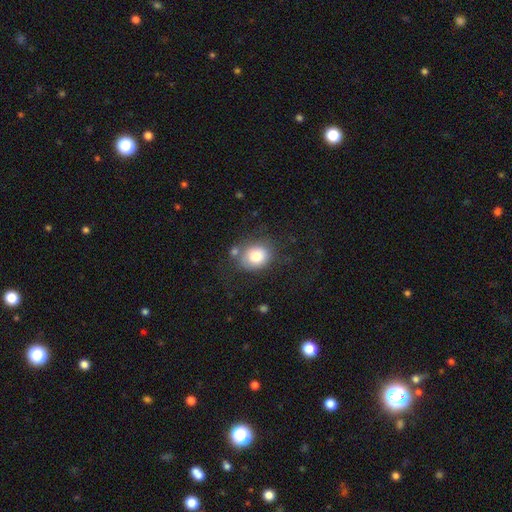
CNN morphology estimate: smooth_or_featured: smooth (p=0.79) [alt: featured or disk p=0.11]
how_rounded: round (p=0.60) [alt: in between p=0.39]
merging: none (p=0.67) [alt: minor disturbance p=0.17]